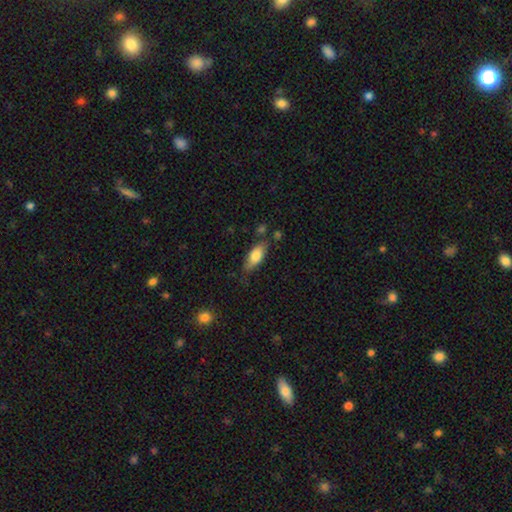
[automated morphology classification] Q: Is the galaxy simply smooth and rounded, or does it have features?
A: smooth — 76%.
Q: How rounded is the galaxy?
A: in between — 77%.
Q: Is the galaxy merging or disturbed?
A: none — 66%.